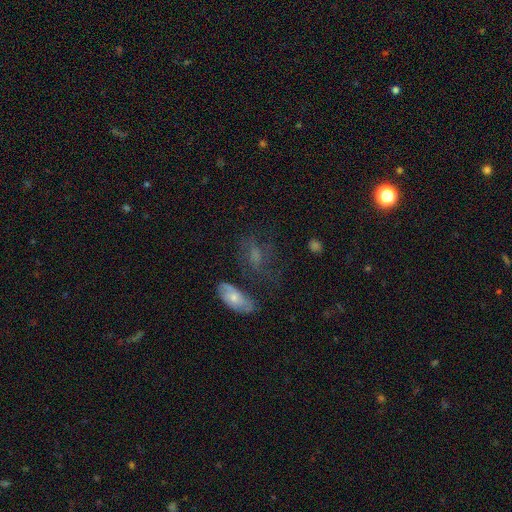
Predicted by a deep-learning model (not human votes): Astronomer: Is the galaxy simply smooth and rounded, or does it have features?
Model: featured or disk — 42% (runner-up: smooth, 38%).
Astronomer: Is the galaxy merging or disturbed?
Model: none — 52%.